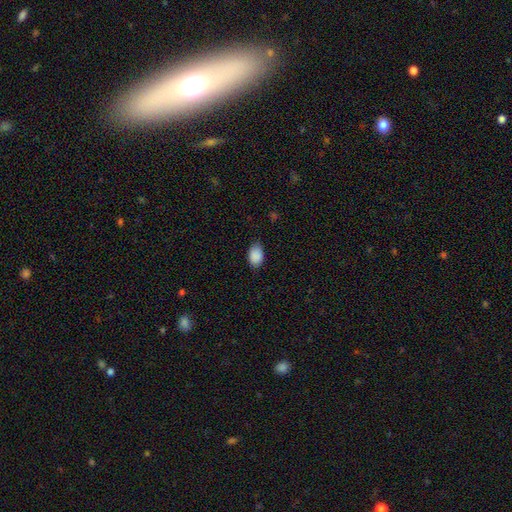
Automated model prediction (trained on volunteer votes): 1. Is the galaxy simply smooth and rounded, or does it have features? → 90% smooth, 7% star or artifact, 3% featured or disk.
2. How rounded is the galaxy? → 87% in between, 12% round, 1% cigar-shaped.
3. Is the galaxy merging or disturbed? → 79% none, 17% minor disturbance, 3% major disturbance, 1% merger.